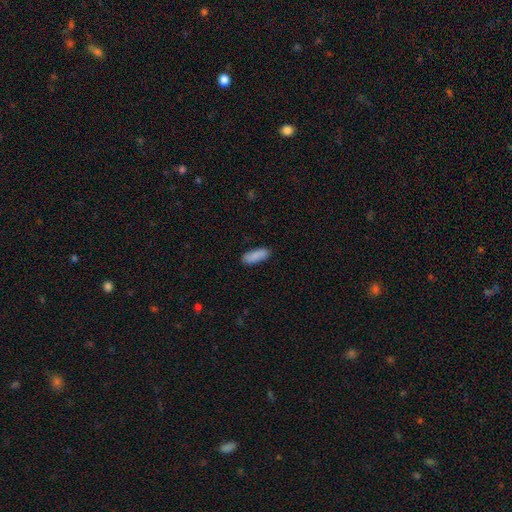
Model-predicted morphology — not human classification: This appears to be a smooth galaxy with no disk features (88%) that is in between round and cigar-shaped (66%). Merging: none (86%).